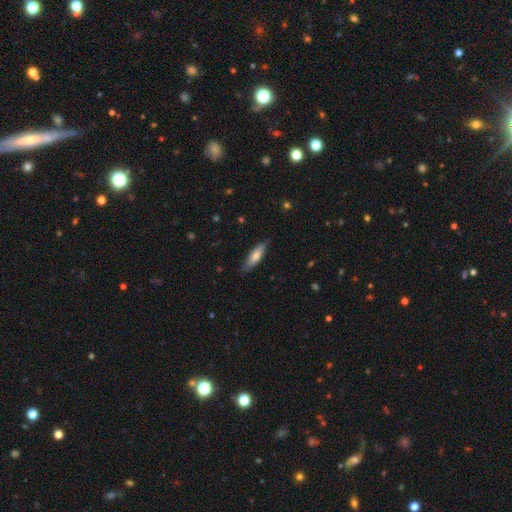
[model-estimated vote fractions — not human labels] Morphology: type=smooth (68%); roundness=cigar-shaped (55%); merging=none (81%).